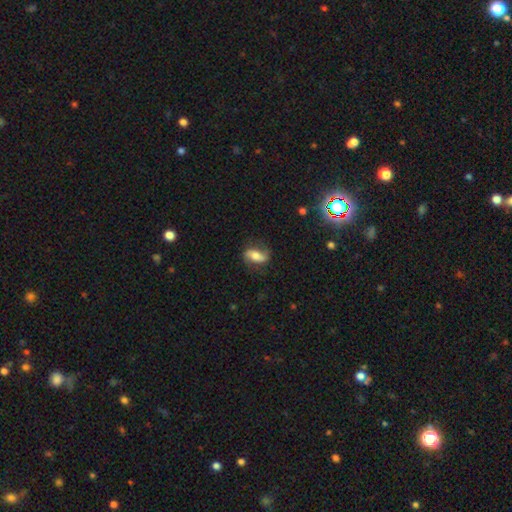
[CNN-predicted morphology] Smooth or featured? Predicted: featured or disk (p=0.55). Edge-on disk? Predicted: no (p=0.88). Merging? Predicted: none (p=0.73).